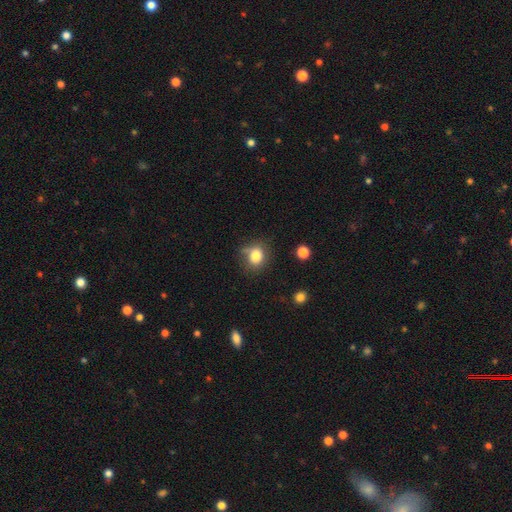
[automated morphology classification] This appears to be a smooth galaxy with no disk features (81%) that is round (67%). Merging: none (63%).